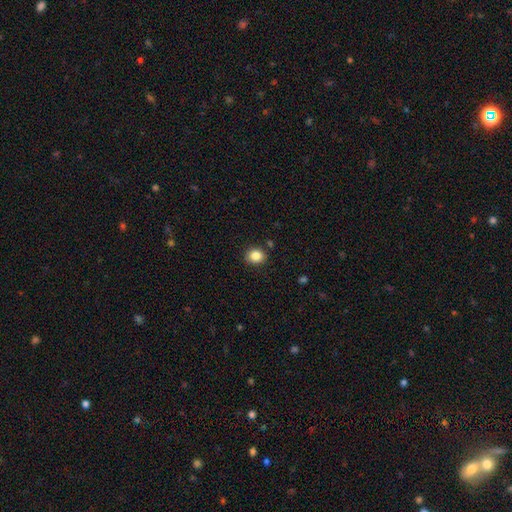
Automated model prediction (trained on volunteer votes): Smooth or featured? Predicted: smooth (p=0.85). How rounded? Predicted: round (p=0.73). Merging? Predicted: none (p=0.87).